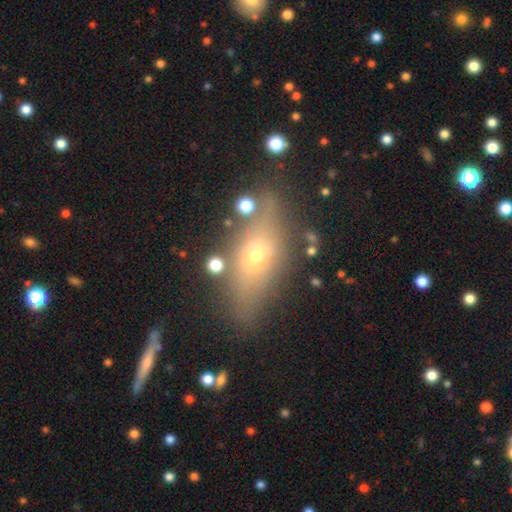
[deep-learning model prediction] This is possibly a smooth galaxy (47%). Merging: likely none (74%).